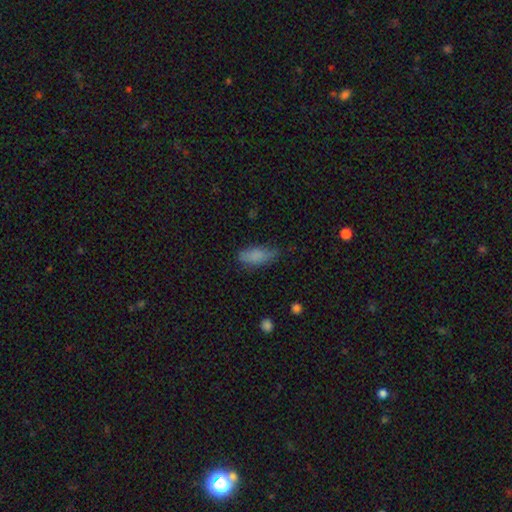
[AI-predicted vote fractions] Smooth or featured: smooth — 81% (featured or disk — 10%)
How rounded: in between — 77% (cigar-shaped — 20%)
Merging: none — 61% (minor disturbance — 29%)